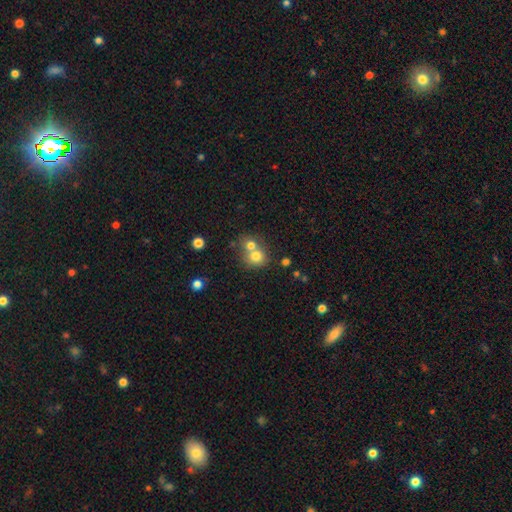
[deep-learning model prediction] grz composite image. It shows a smooth galaxy with no disk features (74%) that is round (78%). Merging: merger (56%).